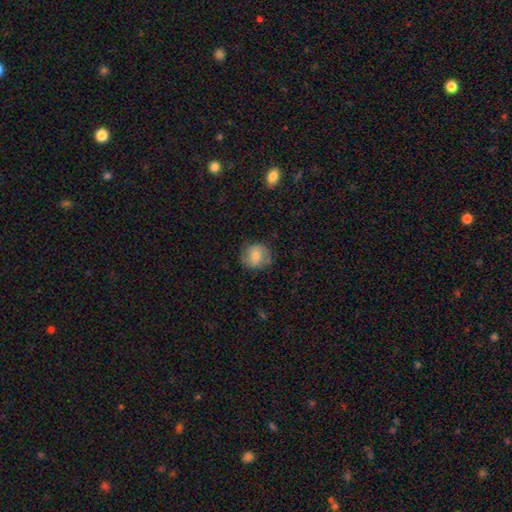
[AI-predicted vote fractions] Smooth or featured? Predicted: smooth (p=0.57). How rounded? Predicted: round (p=0.82). Merging? Predicted: none (p=0.78).